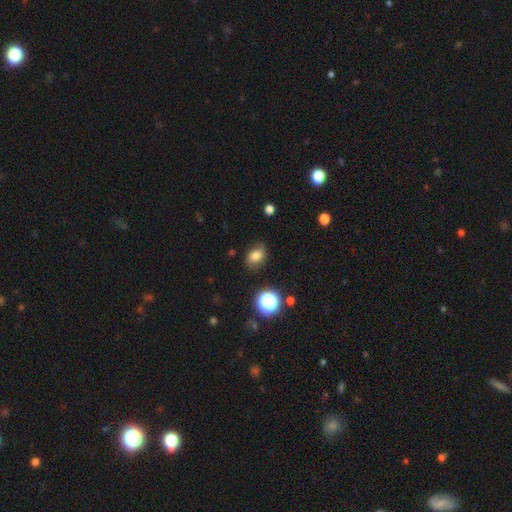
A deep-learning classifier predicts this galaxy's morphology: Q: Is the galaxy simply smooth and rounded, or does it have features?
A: smooth — 74%.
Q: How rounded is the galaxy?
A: in between — 70%.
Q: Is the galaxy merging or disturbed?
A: none — 75%.